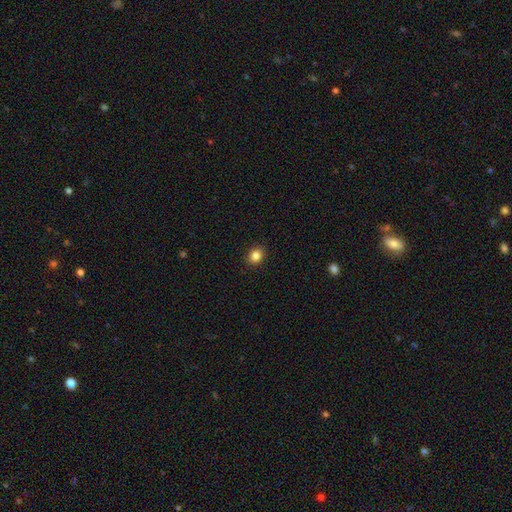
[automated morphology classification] type=smooth (84%); roundness=round (66%); merging=none (91%).